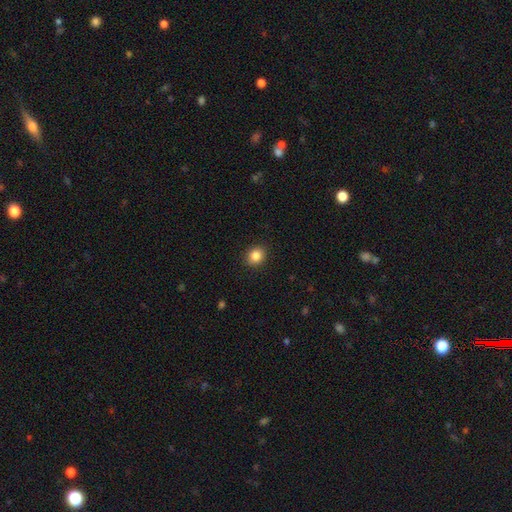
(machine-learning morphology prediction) This is clearly a smooth galaxy (85%). How rounded: likely round (69%). Merging: clearly none (90%).